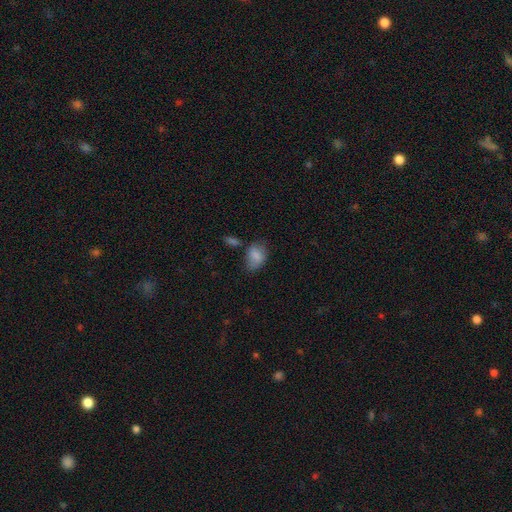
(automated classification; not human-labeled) This is clearly a smooth galaxy (81%). How rounded: clearly in between (82%). Merging: possibly none (51%).